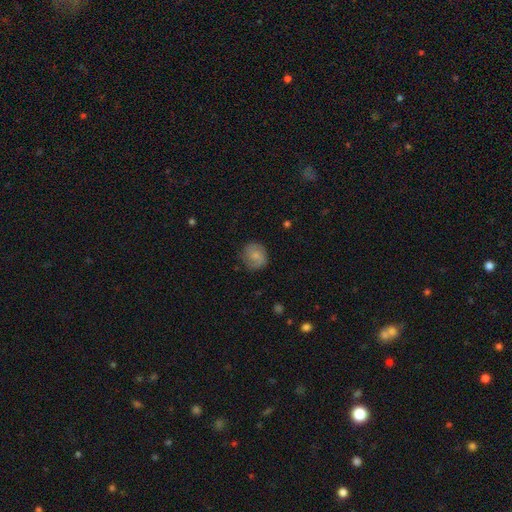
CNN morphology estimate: Q: Smooth or featured?
A: smooth (66%); runner-up: featured or disk (26%)
Q: How rounded?
A: round (82%); runner-up: in between (17%)
Q: Merging?
A: none (77%); runner-up: minor disturbance (17%)